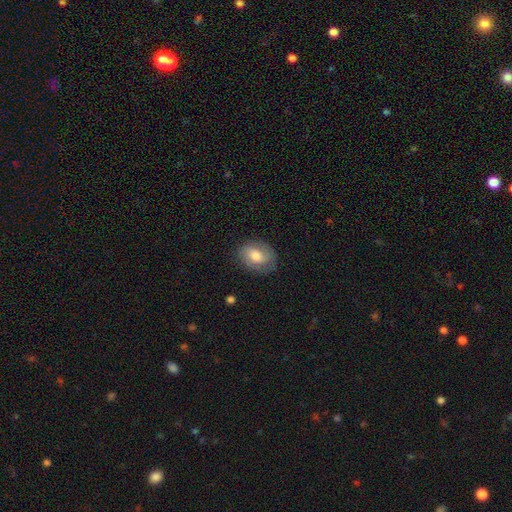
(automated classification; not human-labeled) Overall: smooth (62%; featured or disk 31%). How rounded: in between (61%; round 37%). Merging: none (77%).